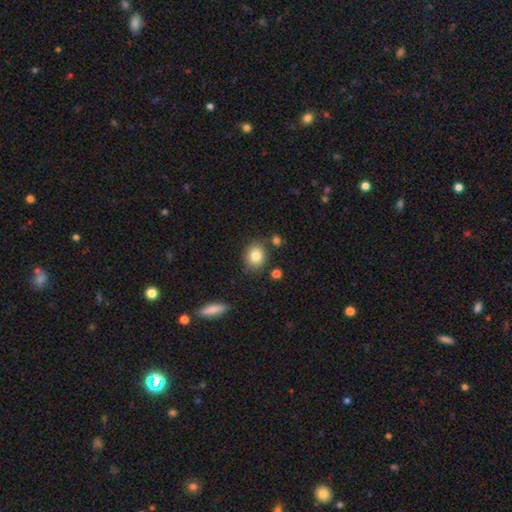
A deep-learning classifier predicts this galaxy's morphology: smooth-or-featured: smooth: 82% | star or artifact: 10% | featured or disk: 8%
  how-rounded: round: 59% | in between: 40% | cigar-shaped: 1%
  merging: none: 80% | minor disturbance: 12% | merger: 6% | major disturbance: 3%